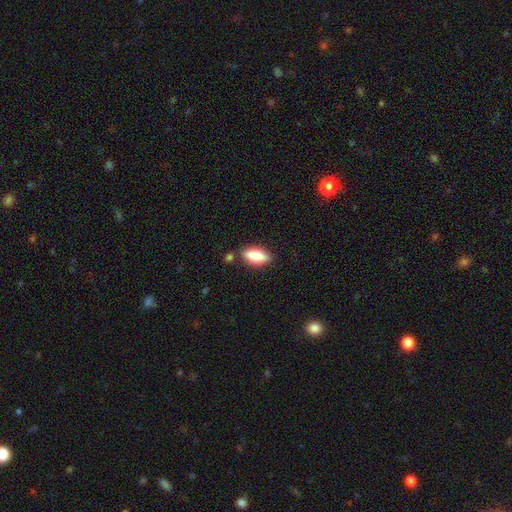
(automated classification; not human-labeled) A smooth galaxy with no disk features (75%) that is in between round and cigar-shaped (75%).

Vote fractions:
- Smooth or featured? smooth: 75% / featured or disk: 19% / star or artifact: 7%
- How rounded? in between: 75% / cigar-shaped: 22% / round: 3%
- Merging? none: 78% / minor disturbance: 13% / merger: 6% / major disturbance: 3%